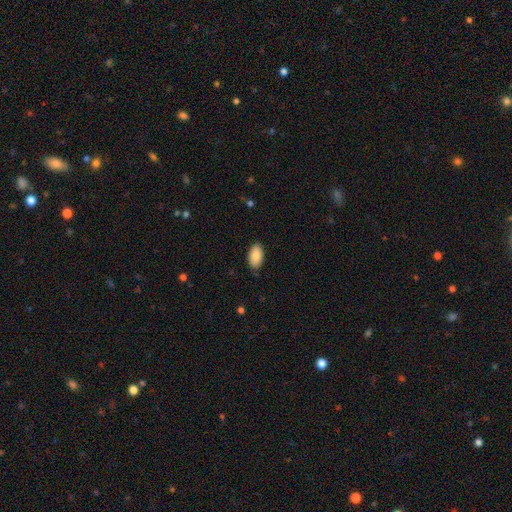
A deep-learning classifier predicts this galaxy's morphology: type=smooth (86%); roundness=in between (95%); merging=none (87%).